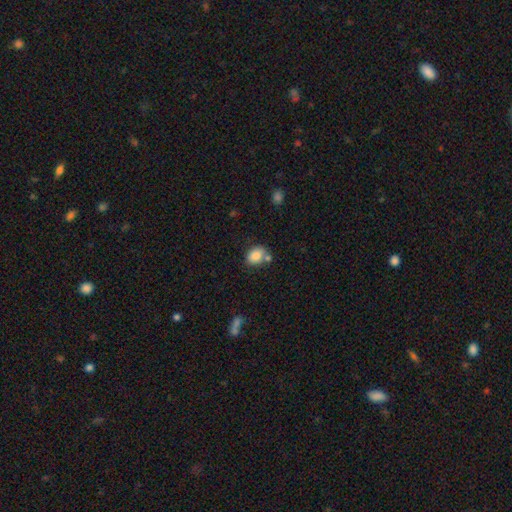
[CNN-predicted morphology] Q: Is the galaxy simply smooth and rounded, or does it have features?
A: smooth — 84%.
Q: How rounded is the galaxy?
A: in between — 68%.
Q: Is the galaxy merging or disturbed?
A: none — 60%.